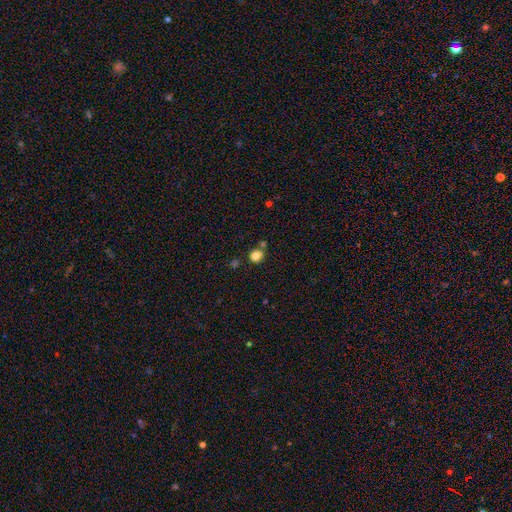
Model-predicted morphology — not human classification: A smooth galaxy with no disk features (82%) that is round (81%).

Vote fractions:
- Smooth or featured? smooth: 82% / star or artifact: 12% / featured or disk: 6%
- How rounded? round: 81% / in between: 18% / cigar-shaped: 1%
- Merging? none: 68% / merger: 17% / minor disturbance: 11% / major disturbance: 4%